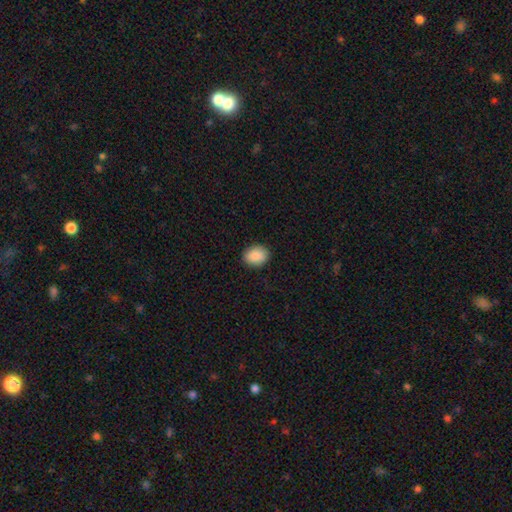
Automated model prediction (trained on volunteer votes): The model was most divided on "how rounded": in between: 56%, round: 43%, cigar-shaped: 1%. More confident: smooth or featured — smooth (89%); merging — none (88%).